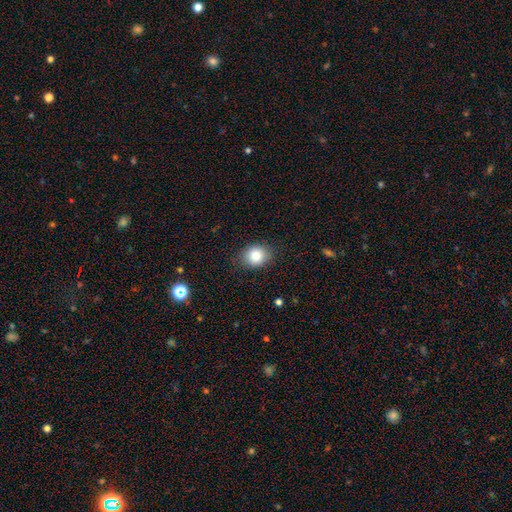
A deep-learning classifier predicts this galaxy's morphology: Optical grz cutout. It shows a smooth galaxy with no disk features (84%) that is round (58%). Merging: none (84%).